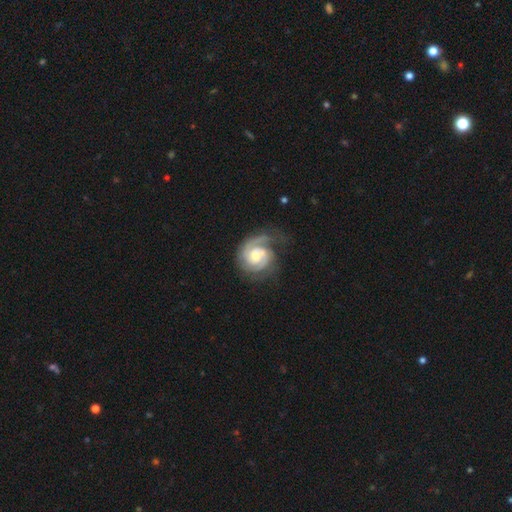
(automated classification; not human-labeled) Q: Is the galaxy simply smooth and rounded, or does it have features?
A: featured or disk — 88%.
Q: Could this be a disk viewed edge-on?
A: no — 98%.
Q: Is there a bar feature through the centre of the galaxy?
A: no — 60%.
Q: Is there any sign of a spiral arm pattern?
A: yes — 97%.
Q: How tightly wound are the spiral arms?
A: tight — 62%.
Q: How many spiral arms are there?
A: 2 — 59%.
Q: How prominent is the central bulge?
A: moderate — 58%.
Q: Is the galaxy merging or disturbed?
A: none — 63%.